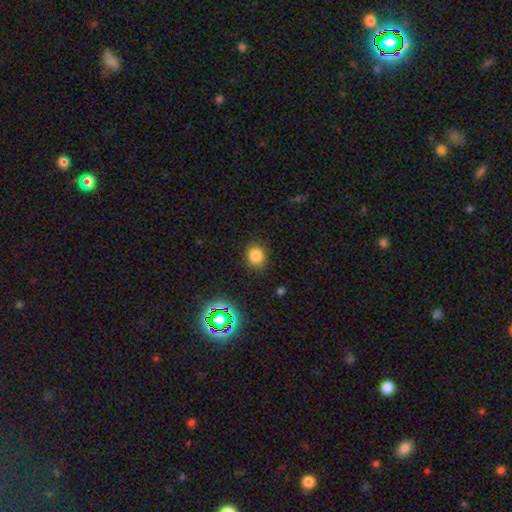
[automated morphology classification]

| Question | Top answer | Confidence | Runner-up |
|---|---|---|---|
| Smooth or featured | smooth | 81% | star or artifact (14%) |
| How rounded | round | 65% | in between (34%) |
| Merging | none | 85% | minor disturbance (10%) |